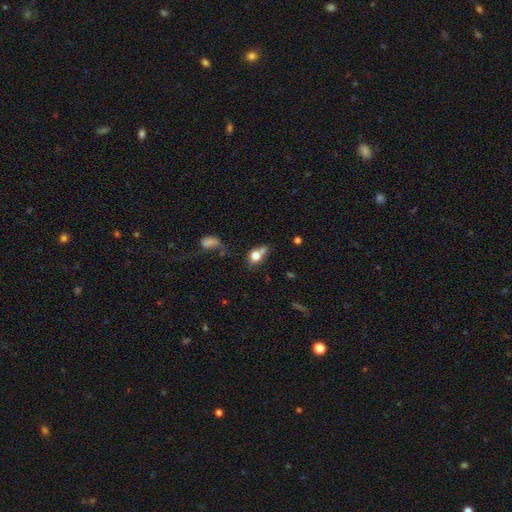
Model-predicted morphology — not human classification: smooth-or-featured: smooth: 74% | featured or disk: 14% | star or artifact: 11%
  how-rounded: round: 56% | in between: 42% | cigar-shaped: 2%
  merging: none: 37% | merger: 34% | minor disturbance: 17% | major disturbance: 12%